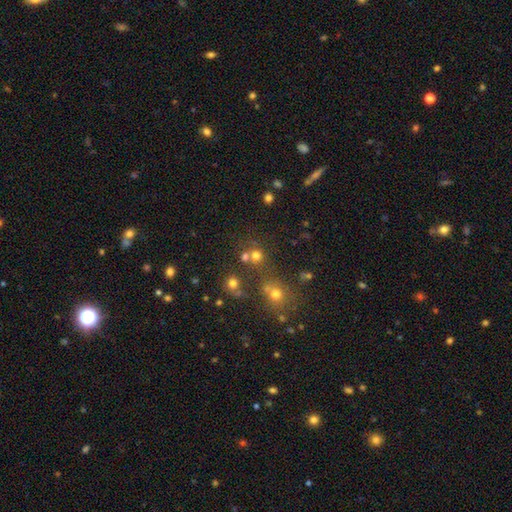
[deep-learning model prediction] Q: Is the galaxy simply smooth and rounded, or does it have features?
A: smooth — 70%.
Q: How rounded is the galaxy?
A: round — 88%.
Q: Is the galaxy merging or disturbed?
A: none — 61%.